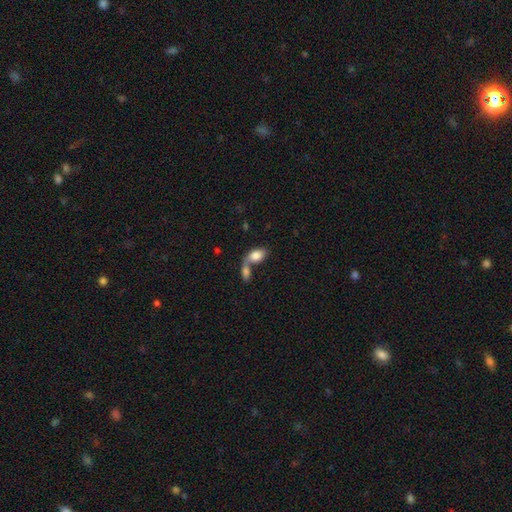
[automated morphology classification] type=smooth (80%); roundness=in between (89%); merging=merger (64%).